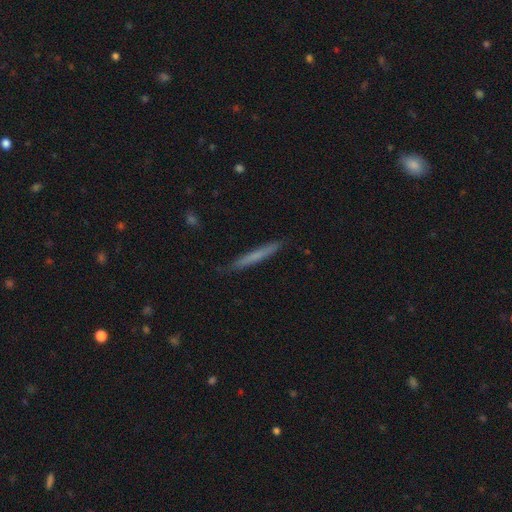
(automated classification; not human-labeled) smooth 64%, featured or disk 30%, star or artifact 6%. Down the decision tree: how rounded — cigar-shaped (96%); merging — none (87%).